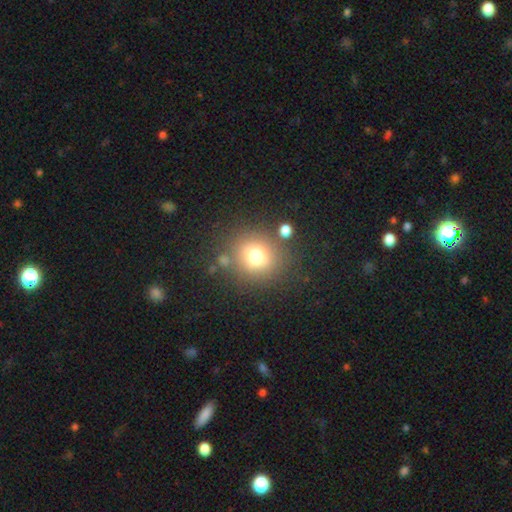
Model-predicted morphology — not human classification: Overall: smooth (73%). How rounded: round (84%). Merging: none (77%).